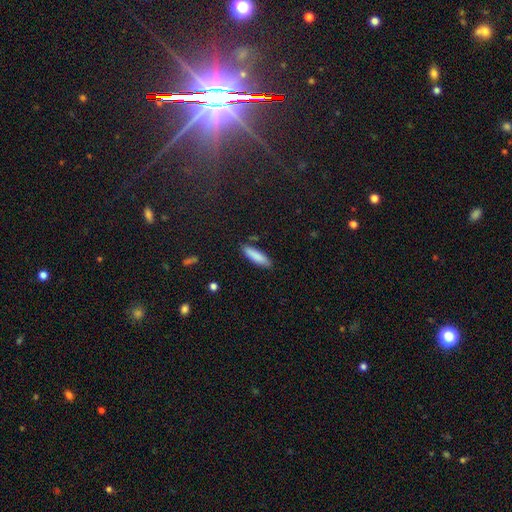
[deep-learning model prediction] Smooth or featured: smooth — 85% (featured or disk — 8%)
How rounded: cigar-shaped — 68% (in between — 30%)
Merging: none — 85% (minor disturbance — 11%)